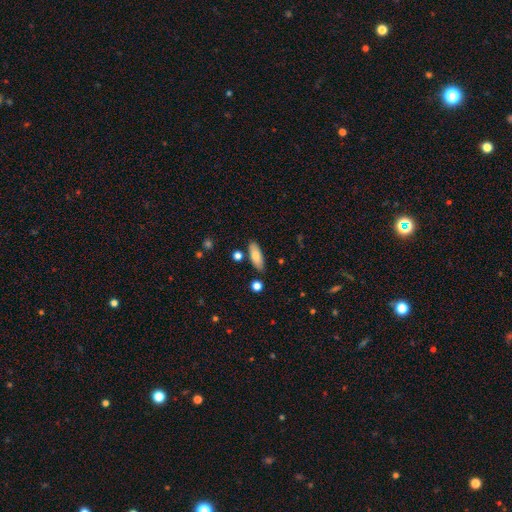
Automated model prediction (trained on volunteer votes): Smooth or featured: smooth — 78% (featured or disk — 15%)
How rounded: in between — 69% (cigar-shaped — 29%)
Merging: none — 83% (minor disturbance — 11%)